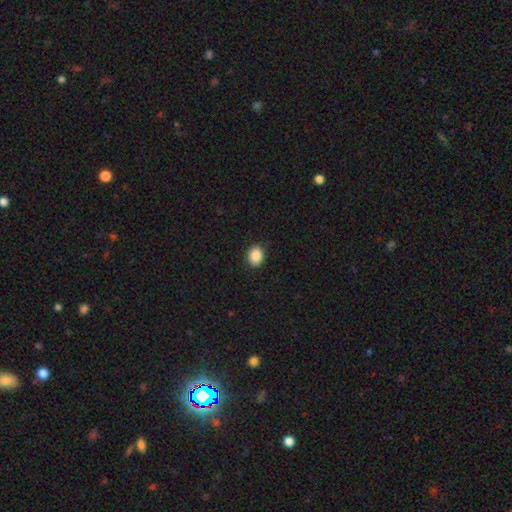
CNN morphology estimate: Smooth or featured? smooth (89%)
How rounded? round (53%)
Merging? none (90%)